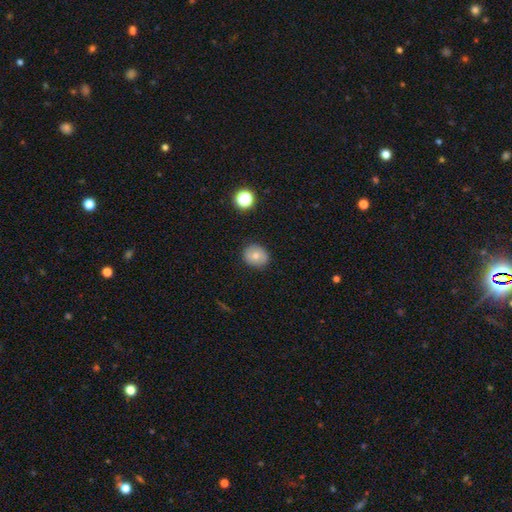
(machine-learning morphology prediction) smooth-or-featured: smooth: 71% | featured or disk: 18% | star or artifact: 11%
  how-rounded: round: 72% | in between: 27% | cigar-shaped: 1%
  merging: none: 86% | minor disturbance: 10% | major disturbance: 2% | merger: 1%